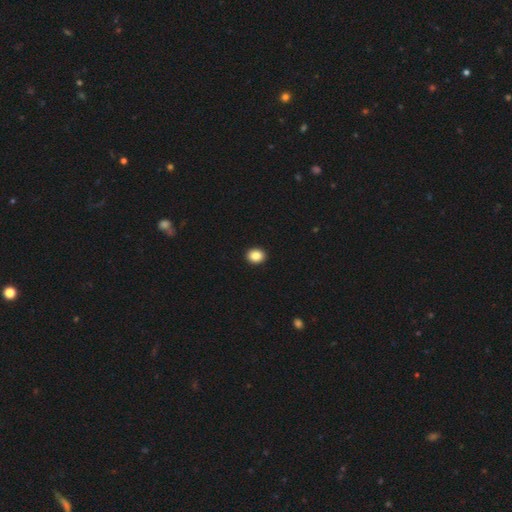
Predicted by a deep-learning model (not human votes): Smooth or featured: smooth — 87% (star or artifact — 9%)
How rounded: round — 59% (in between — 40%)
Merging: none — 93% (minor disturbance — 5%)